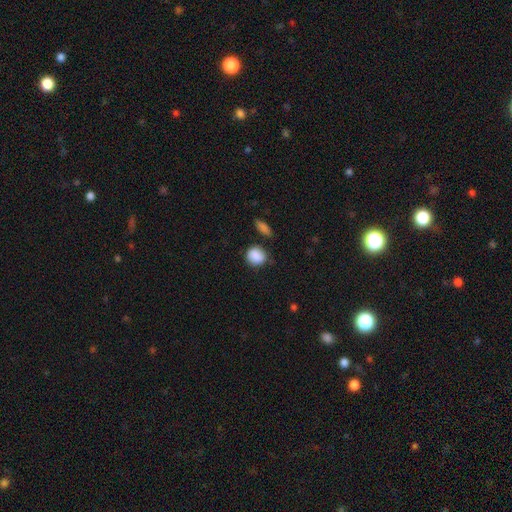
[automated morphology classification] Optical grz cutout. It shows a smooth galaxy with no disk features (88%) that is round (76%). Merging: none (73%).